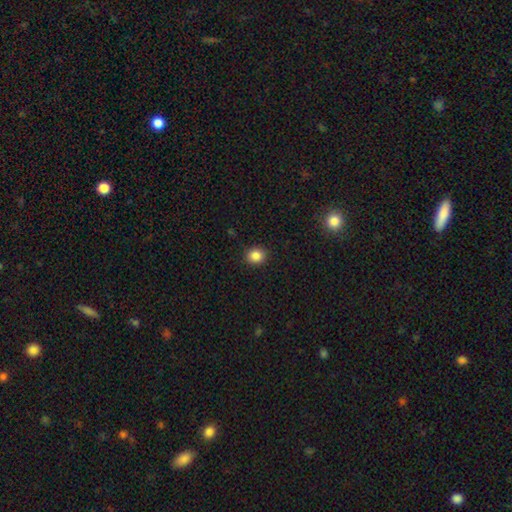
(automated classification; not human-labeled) Overall: smooth (85%). How rounded: round (81%). Merging: none (91%).